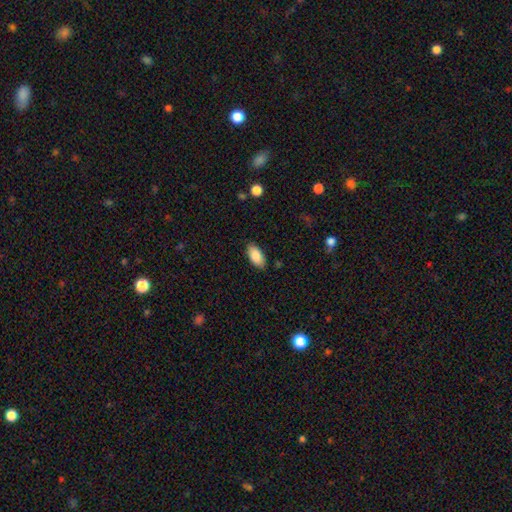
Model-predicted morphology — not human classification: A smooth galaxy with no disk features (88%) that is in between round and cigar-shaped (93%). Merging: none (86%).